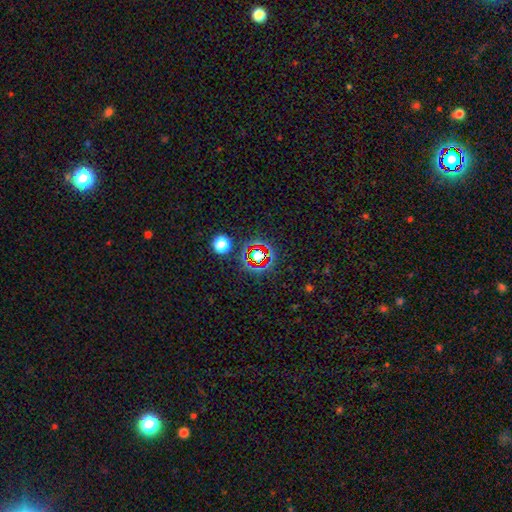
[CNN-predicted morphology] type=star or artifact (68%).